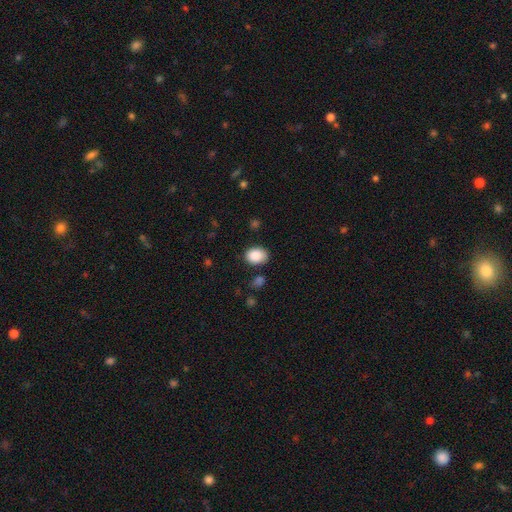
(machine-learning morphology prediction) Smooth or featured: smooth — 88% (star or artifact — 8%)
How rounded: in between — 64% (round — 35%)
Merging: none — 80% (minor disturbance — 14%)